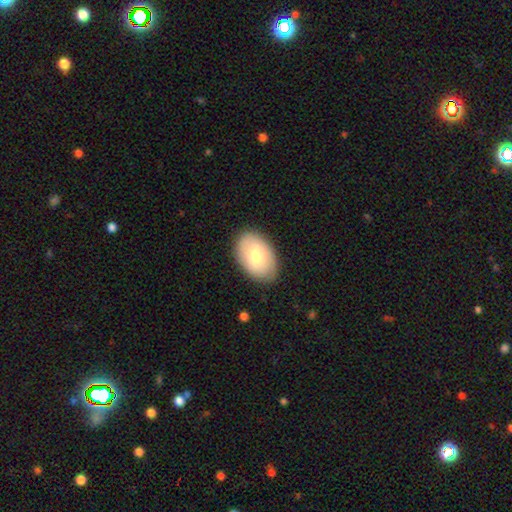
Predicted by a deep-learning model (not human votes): Smooth or featured? Predicted: smooth (p=0.72). How rounded? Predicted: in between (p=0.89). Merging? Predicted: none (p=0.84).